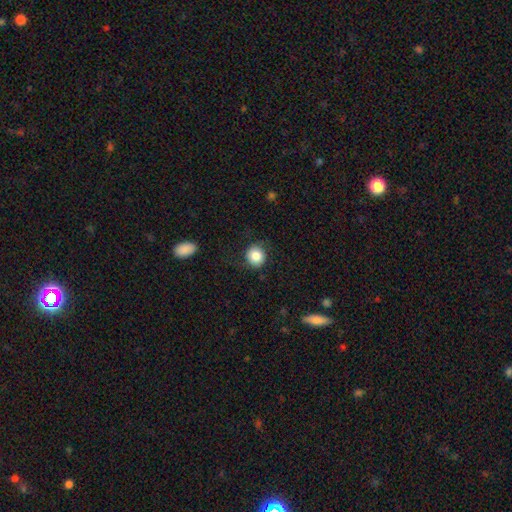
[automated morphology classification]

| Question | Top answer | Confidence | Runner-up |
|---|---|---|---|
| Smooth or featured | smooth | 84% | star or artifact (8%) |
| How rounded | round | 83% | in between (16%) |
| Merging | none | 79% | minor disturbance (14%) |